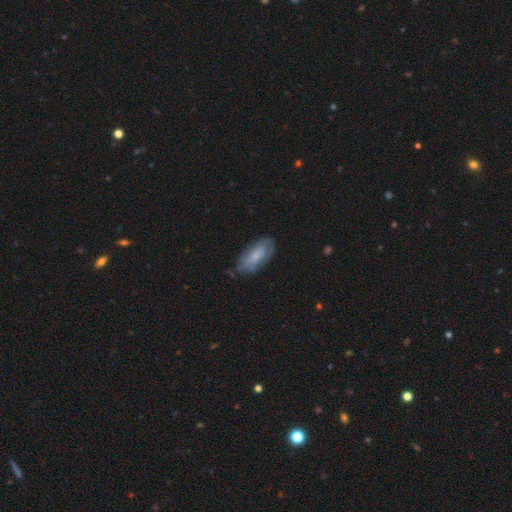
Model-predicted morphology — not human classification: A smooth galaxy with no disk features (60%) that is in between round and cigar-shaped (85%). Merging: none (68%).